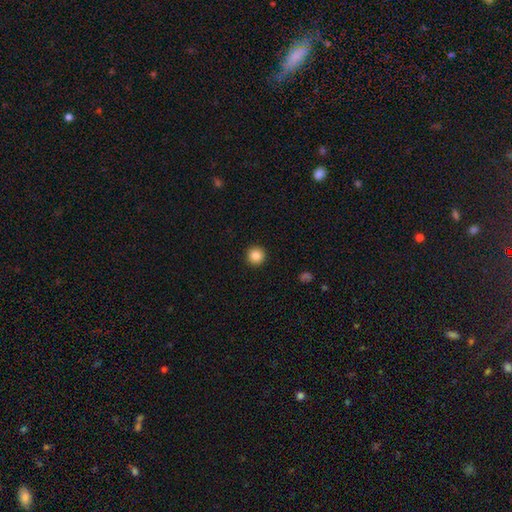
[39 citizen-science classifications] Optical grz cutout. It shows a smooth galaxy with no disk features (90%) that is round (97%). Merging: none (95%).